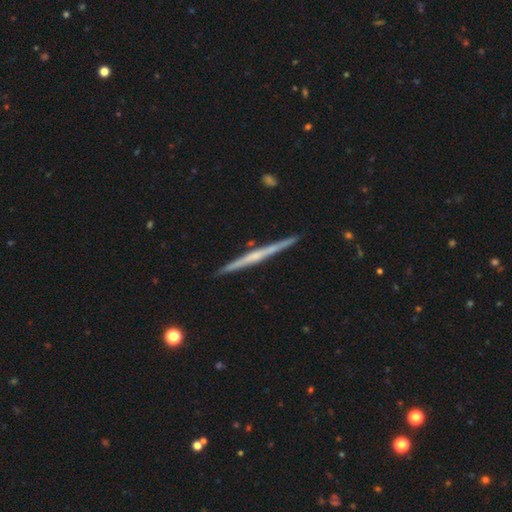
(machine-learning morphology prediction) smooth-or-featured: featured or disk: 72% | smooth: 23% | star or artifact: 5%
  disk-edge-on: yes: 98% | no: 2%
    edge-on-bulge: none: 55% | rounded: 36% | boxy: 10%
  merging: none: 91% | minor disturbance: 6% | merger: 1% | major disturbance: 1%